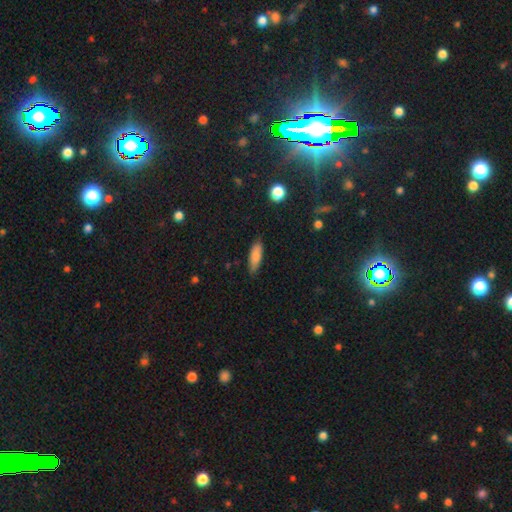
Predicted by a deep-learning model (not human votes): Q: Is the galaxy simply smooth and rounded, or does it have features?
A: smooth — 81%.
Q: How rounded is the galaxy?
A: in between — 53%.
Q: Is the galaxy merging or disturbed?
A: none — 81%.